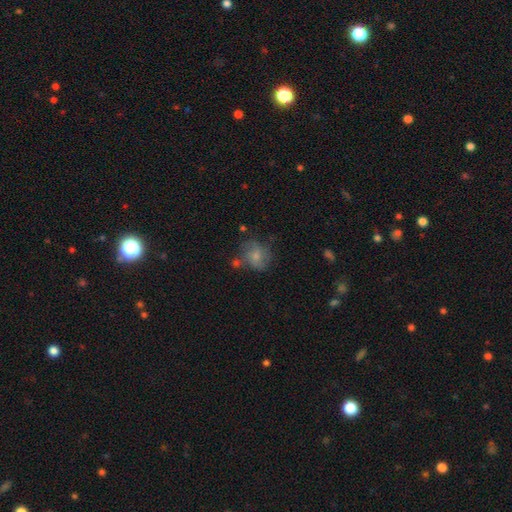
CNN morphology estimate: A smooth galaxy with no disk features (59%) that is round (60%). Merging: none (47%).